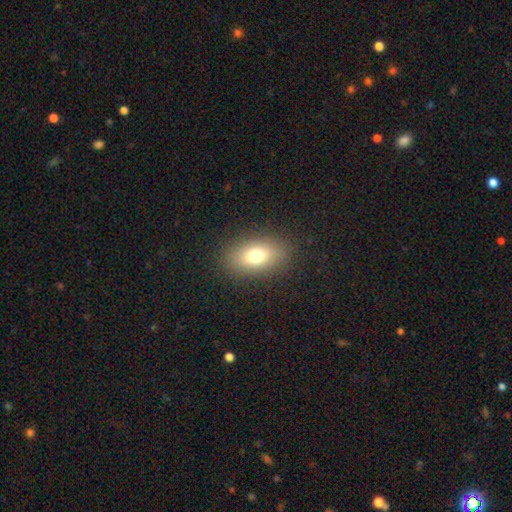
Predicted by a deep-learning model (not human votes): Smooth or featured? smooth (74%)
How rounded? in between (84%)
Merging? none (86%)